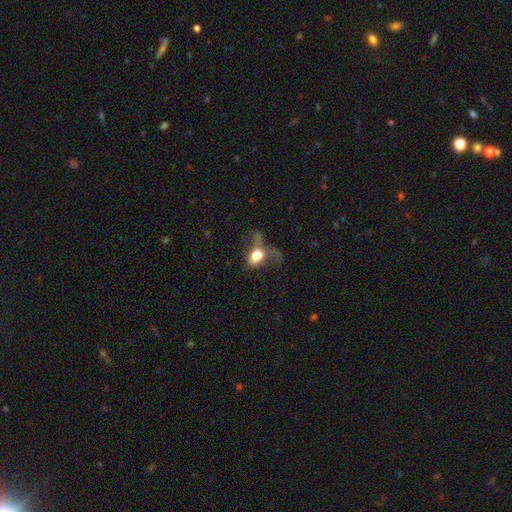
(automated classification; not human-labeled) Smooth or featured?
  - smooth: 66% *
  - featured or disk: 24%
  - star or artifact: 10%
How rounded?
  - in between: 73% *
  - round: 25%
  - cigar-shaped: 3%
Merging?
  - major disturbance: 60% *
  - none: 16%
  - minor disturbance: 14%
  - merger: 10%